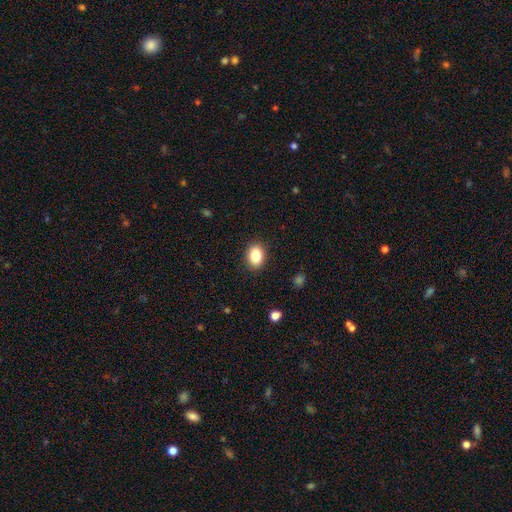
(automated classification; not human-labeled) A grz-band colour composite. It shows a smooth galaxy with no disk features (86%) that is in between round and cigar-shaped (75%). Merging: none (89%).